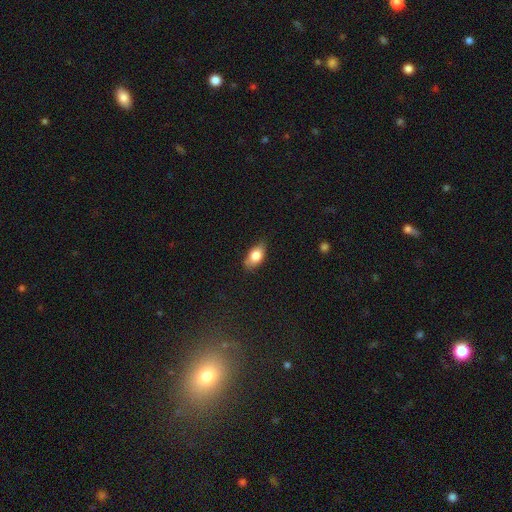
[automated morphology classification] Smooth or featured: smooth — 79% (featured or disk — 14%)
How rounded: in between — 88% (round — 7%)
Merging: none — 74% (minor disturbance — 21%)